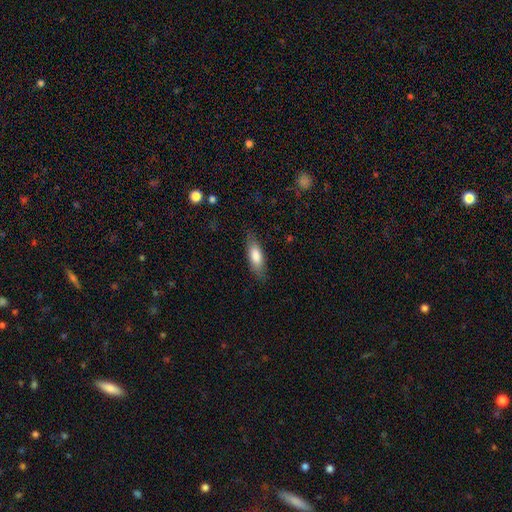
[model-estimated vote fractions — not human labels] Q: Smooth or featured?
A: smooth (78%); runner-up: featured or disk (16%)
Q: How rounded?
A: in between (62%); runner-up: cigar-shaped (36%)
Q: Merging?
A: none (81%); runner-up: minor disturbance (15%)